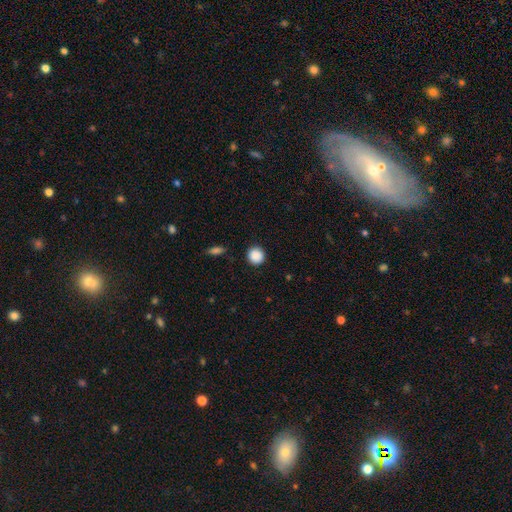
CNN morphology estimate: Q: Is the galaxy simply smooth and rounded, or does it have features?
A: smooth — 89%.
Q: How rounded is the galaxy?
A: round — 92%.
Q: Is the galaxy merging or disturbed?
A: none — 91%.